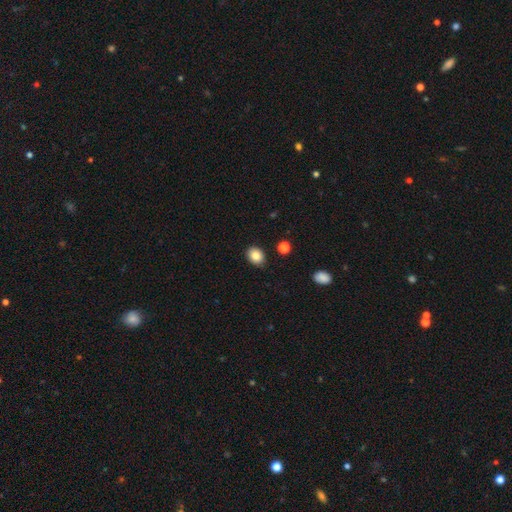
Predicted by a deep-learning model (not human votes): Q: Smooth or featured?
A: smooth (85%); runner-up: star or artifact (9%)
Q: How rounded?
A: in between (54%); runner-up: round (45%)
Q: Merging?
A: none (88%); runner-up: minor disturbance (8%)